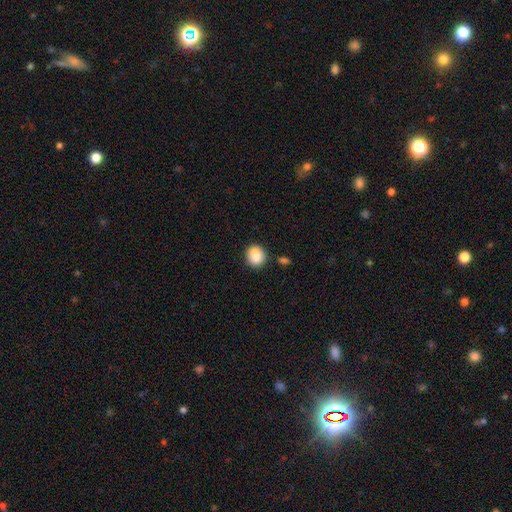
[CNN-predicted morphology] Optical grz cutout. It shows a smooth galaxy with no disk features (86%) that is round (74%). Merging: none (73%).